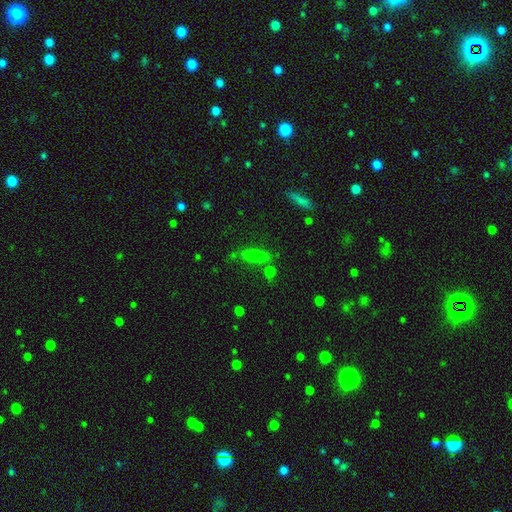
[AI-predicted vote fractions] Q: Smooth or featured?
A: smooth (65%); runner-up: featured or disk (22%)
Q: How rounded?
A: cigar-shaped (52%); runner-up: in between (44%)
Q: Merging?
A: none (71%); runner-up: minor disturbance (16%)